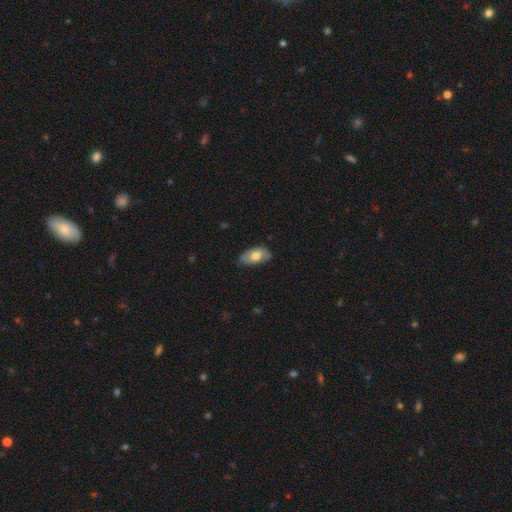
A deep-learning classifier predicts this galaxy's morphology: Smooth or featured? smooth (65%)
How rounded? in between (93%)
Merging? none (78%)